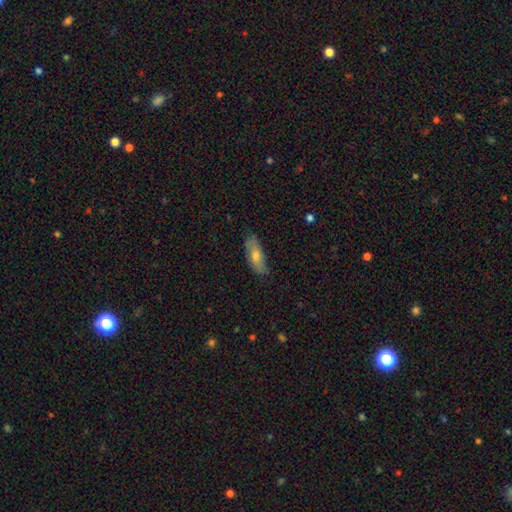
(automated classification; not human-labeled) Q: Smooth or featured?
A: smooth (56%); runner-up: featured or disk (37%)
Q: How rounded?
A: in between (66%); runner-up: cigar-shaped (31%)
Q: Merging?
A: none (77%); runner-up: minor disturbance (18%)